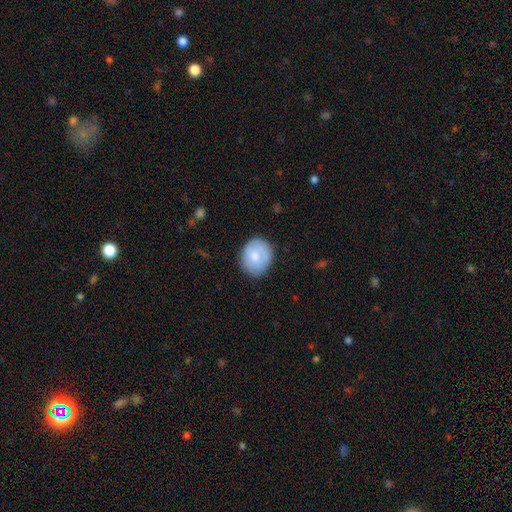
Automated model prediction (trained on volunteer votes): smooth 71%, featured or disk 23%, star or artifact 6%. Down the decision tree: how rounded — round (69%); merging — none (78%).